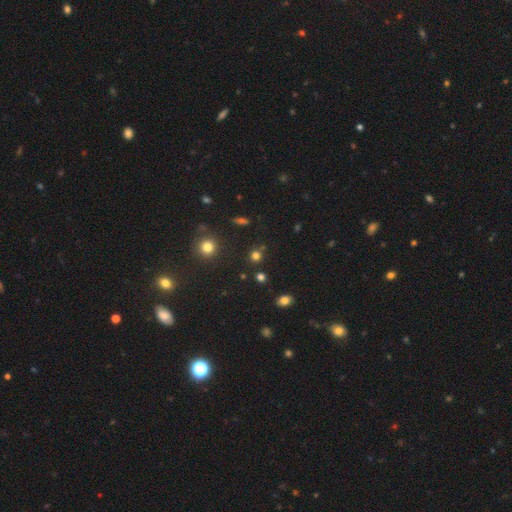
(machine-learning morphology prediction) This is likely a smooth galaxy (74%). How rounded: clearly round (89%). Merging: clearly none (83%).